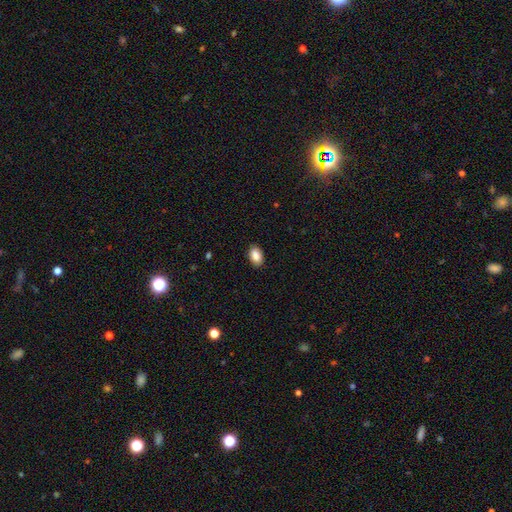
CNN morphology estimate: Smooth or featured? smooth (88%)
How rounded? in between (90%)
Merging? none (89%)